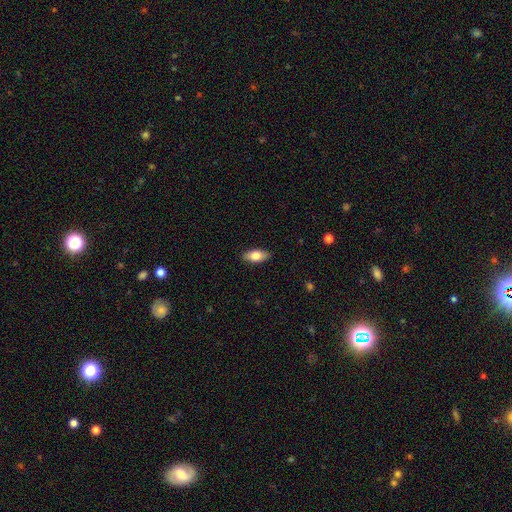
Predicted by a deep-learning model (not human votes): Overall: smooth (76%). How rounded: in between (86%). Merging: none (89%).